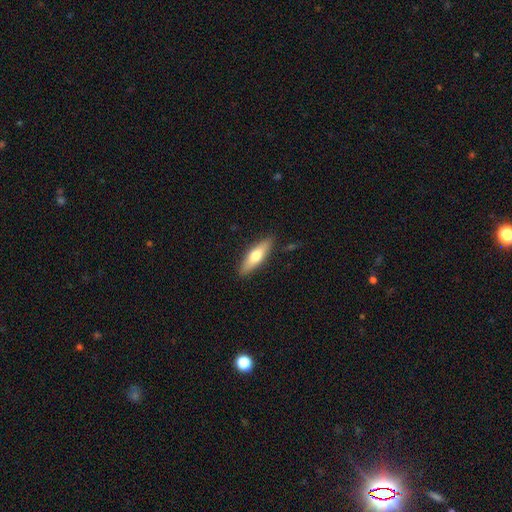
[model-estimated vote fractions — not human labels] A smooth galaxy with no disk features (62%) that is cigar-shaped (56%). Merging: none (88%).